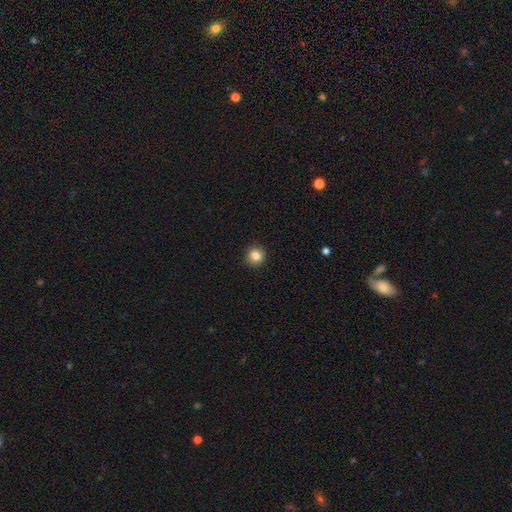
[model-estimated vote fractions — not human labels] Morphology: type=smooth (84%); roundness=round (91%); merging=none (92%).